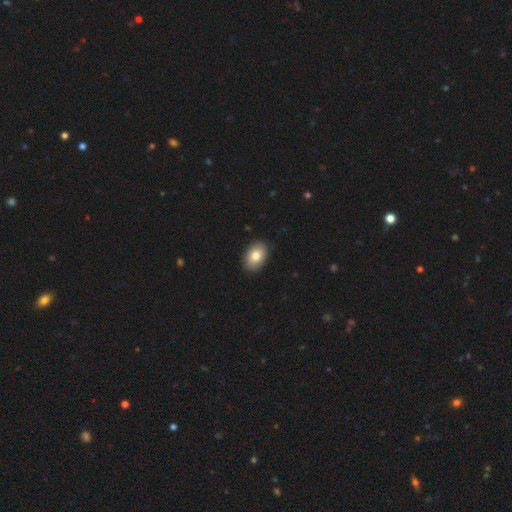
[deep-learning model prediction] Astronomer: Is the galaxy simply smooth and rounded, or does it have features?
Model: smooth — 83%.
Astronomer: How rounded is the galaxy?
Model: in between — 84%.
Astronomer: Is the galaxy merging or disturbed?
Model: none — 89%.